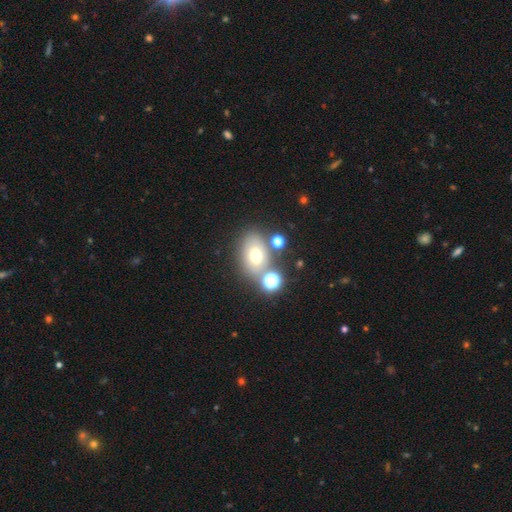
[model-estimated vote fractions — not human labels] smooth-or-featured: smooth: 65% | featured or disk: 18% | star or artifact: 18%
  how-rounded: in between: 67% | round: 32% | cigar-shaped: 1%
  merging: none: 64% | merger: 17% | minor disturbance: 13% | major disturbance: 6%